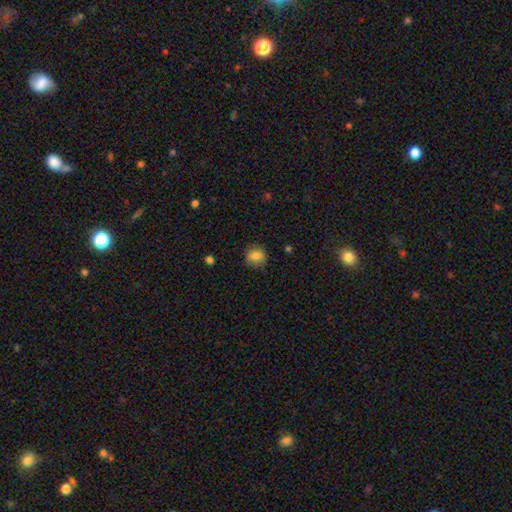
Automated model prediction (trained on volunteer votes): This is likely a smooth galaxy (80%). How rounded: clearly round (81%). Merging: clearly none (81%).